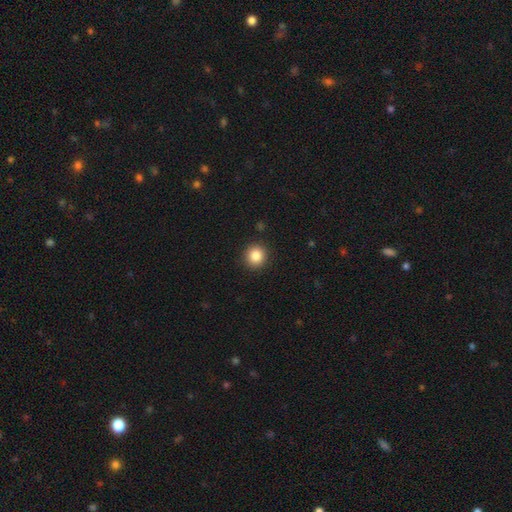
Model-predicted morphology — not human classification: Smooth or featured: smooth — 86% (star or artifact — 10%)
How rounded: round — 91% (in between — 8%)
Merging: none — 92% (minor disturbance — 6%)